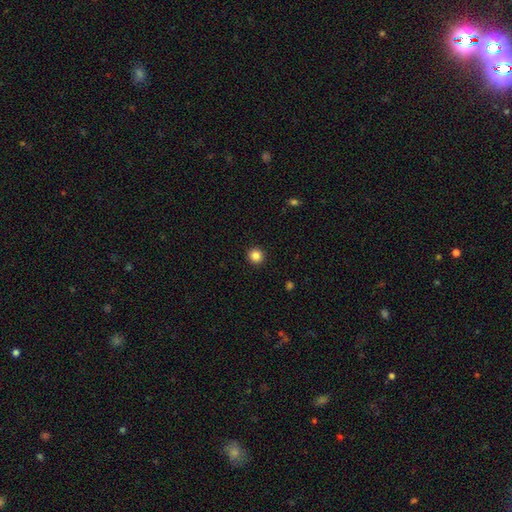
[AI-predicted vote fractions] Smooth or featured? smooth (85%)
How rounded? round (94%)
Merging? none (93%)